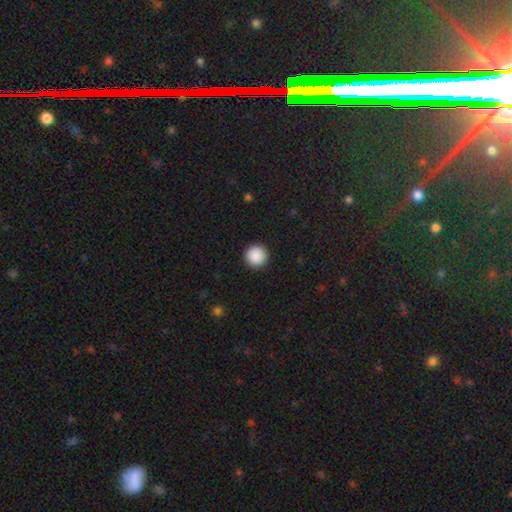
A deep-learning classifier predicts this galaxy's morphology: Smooth or featured: smooth — 89% (star or artifact — 8%)
How rounded: round — 96% (in between — 3%)
Merging: none — 93% (minor disturbance — 4%)